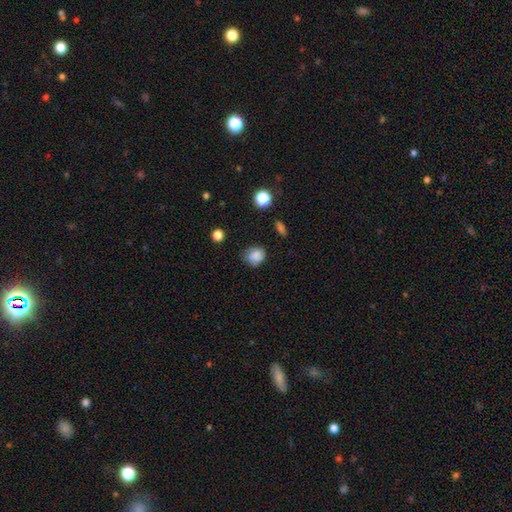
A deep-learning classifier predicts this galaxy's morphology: The model was most divided on "merging": none: 61%, minor disturbance: 28%, major disturbance: 9%, merger: 2%. More confident: smooth or featured — smooth (80%); how rounded — round (69%).